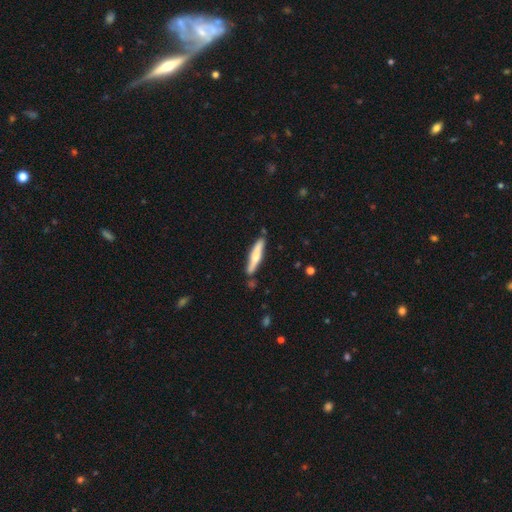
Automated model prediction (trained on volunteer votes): smooth 58%, featured or disk 37%, star or artifact 5%. Down the decision tree: how rounded — cigar-shaped (89%); merging — none (81%).